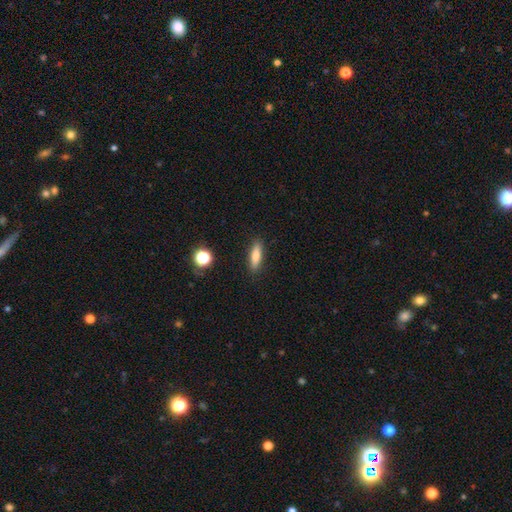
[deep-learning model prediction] The model was most divided on "how rounded": cigar-shaped: 54%, in between: 43%, round: 3%. More confident: merging — none (89%); smooth or featured — smooth (80%).